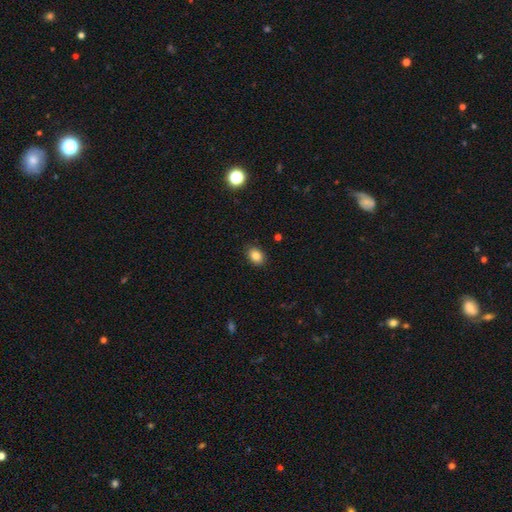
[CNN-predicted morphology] Smooth or featured? Predicted: smooth (p=0.86). How rounded? Predicted: in between (p=0.75). Merging? Predicted: none (p=0.88).